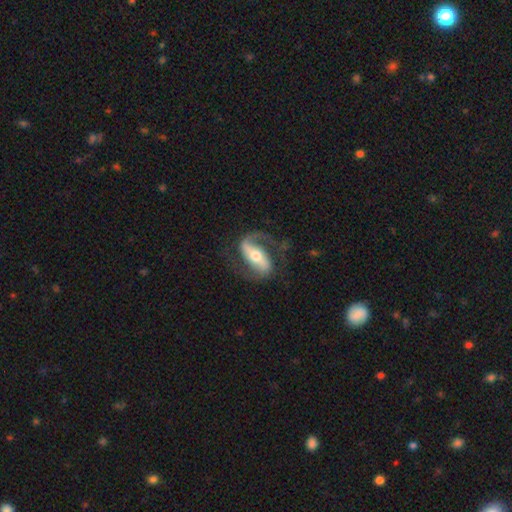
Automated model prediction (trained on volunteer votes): featured or disk 85%, smooth 11%, star or artifact 4%. Down the decision tree: edge-on disk — no (94%); bar — strong (57%); spiral arms — yes (94%); spiral arm count — 2 (83%); spiral winding — medium (47%); bulge size — moderate (65%); merging — none (68%).